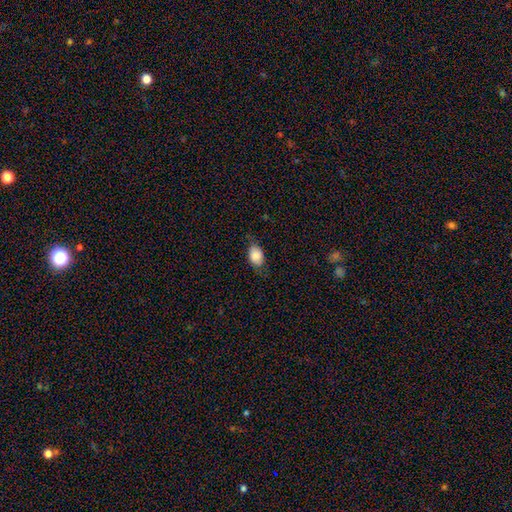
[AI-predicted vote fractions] Smooth or featured? smooth (83%)
How rounded? in between (84%)
Merging? none (71%)